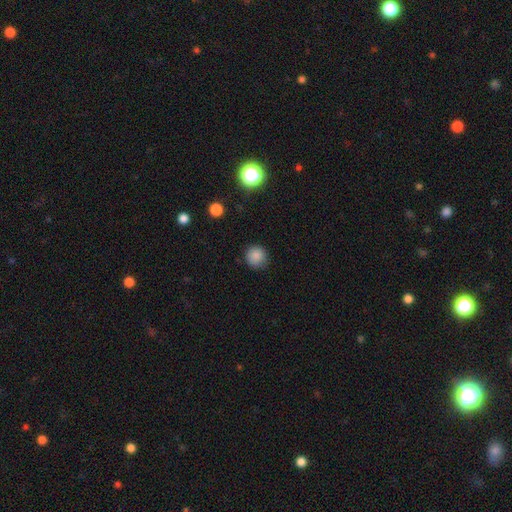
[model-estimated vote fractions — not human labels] A smooth galaxy with no disk features (85%) that is round (93%). Merging: none (84%).